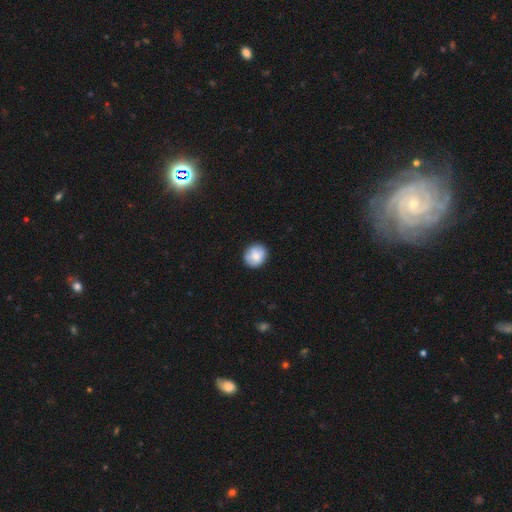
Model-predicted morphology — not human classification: Smooth or featured? smooth (80%)
How rounded? round (83%)
Merging? none (84%)